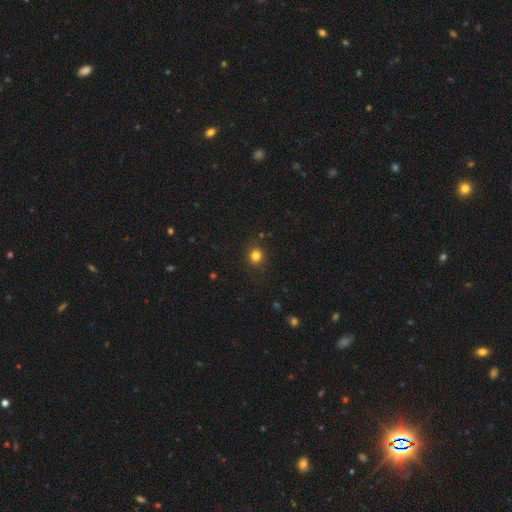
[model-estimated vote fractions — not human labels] Smooth or featured?
  - smooth: 82% *
  - star or artifact: 13%
  - featured or disk: 5%
How rounded?
  - round: 82% *
  - in between: 18%
  - cigar-shaped: 1%
Merging?
  - none: 88% *
  - minor disturbance: 8%
  - major disturbance: 2%
  - merger: 1%